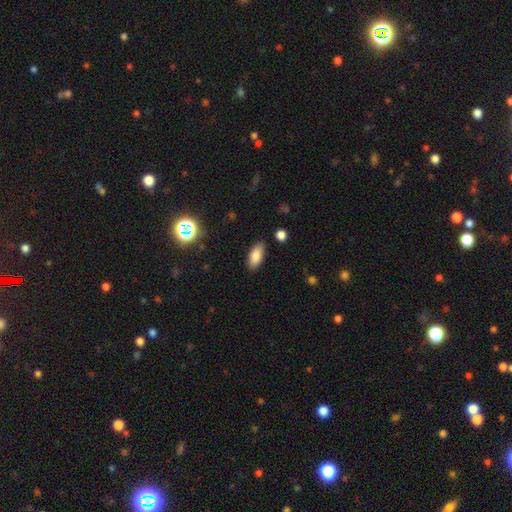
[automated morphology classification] Smooth or featured?
  - smooth: 82% *
  - featured or disk: 9%
  - star or artifact: 9%
How rounded?
  - in between: 86% *
  - cigar-shaped: 11%
  - round: 3%
Merging?
  - none: 86% *
  - minor disturbance: 10%
  - major disturbance: 2%
  - merger: 2%